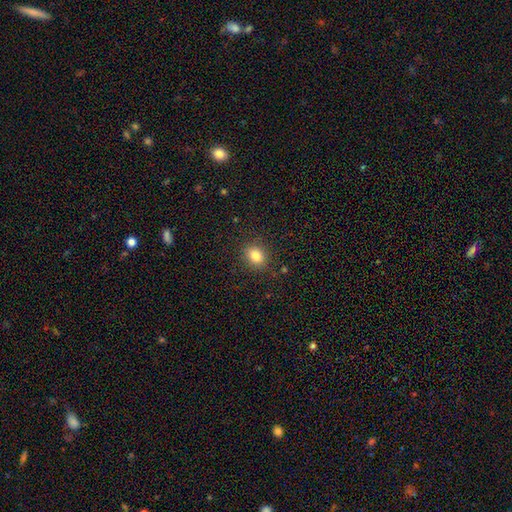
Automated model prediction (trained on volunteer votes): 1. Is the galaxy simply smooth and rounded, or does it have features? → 82% smooth, 11% star or artifact, 7% featured or disk.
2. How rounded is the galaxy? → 55% round, 44% in between, 1% cigar-shaped.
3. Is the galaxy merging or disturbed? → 88% none, 8% minor disturbance, 3% major disturbance, 1% merger.